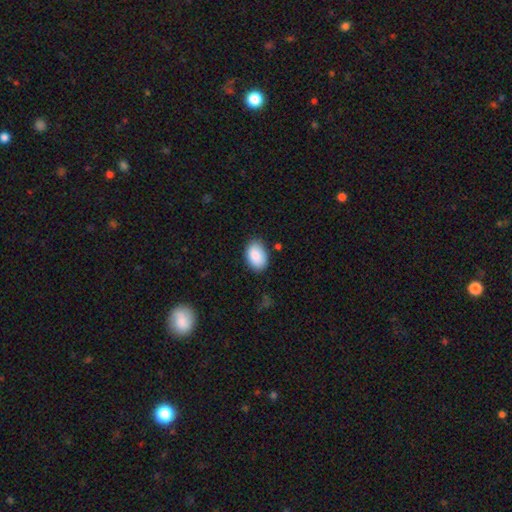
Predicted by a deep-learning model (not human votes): Morphology: type=smooth (88%); roundness=in between (90%); merging=none (83%).